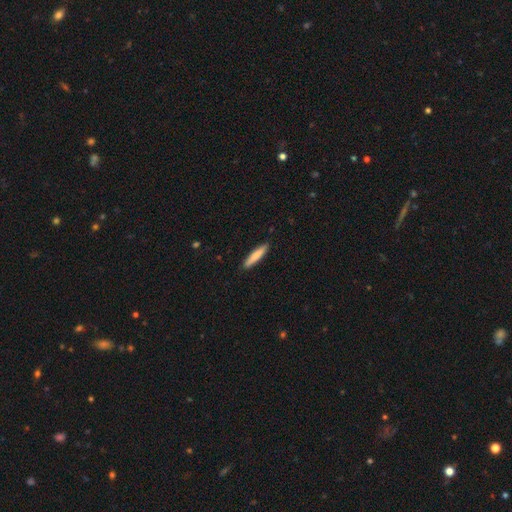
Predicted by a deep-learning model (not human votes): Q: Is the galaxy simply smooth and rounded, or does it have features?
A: smooth — 80%.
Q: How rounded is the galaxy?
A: cigar-shaped — 89%.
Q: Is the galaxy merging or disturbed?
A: none — 90%.